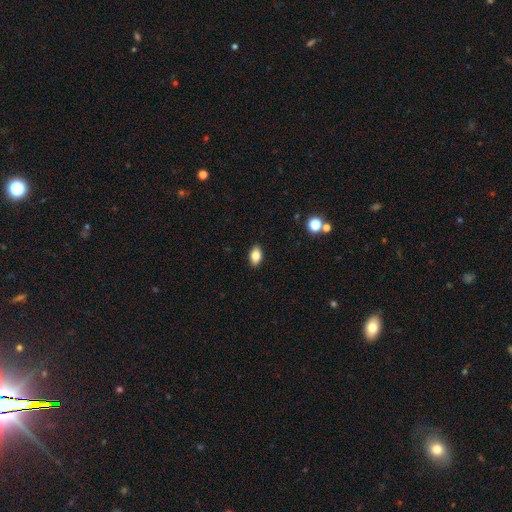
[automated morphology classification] Smooth or featured? Predicted: smooth (p=0.82). How rounded? Predicted: in between (p=0.89). Merging? Predicted: none (p=0.89).